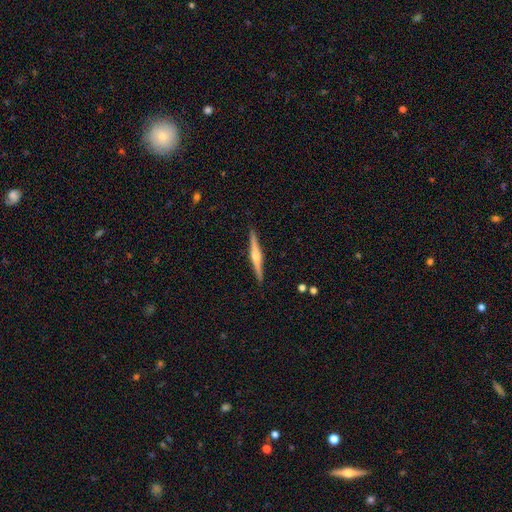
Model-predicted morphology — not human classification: smooth_or_featured: featured or disk (p=0.71) [alt: smooth p=0.24]
disk_edge_on: yes (p=0.98) [alt: no p=0.02]
edge_on_bulge: rounded (p=0.75) [alt: boxy p=0.14]
merging: none (p=0.91) [alt: minor disturbance p=0.06]